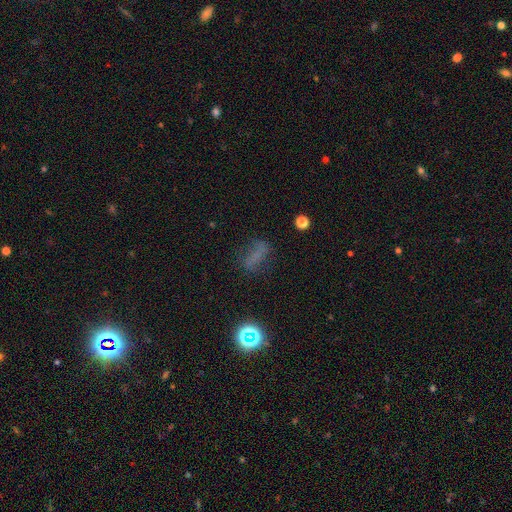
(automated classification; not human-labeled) The model was most divided on "smooth or featured": smooth: 51%, featured or disk: 25%, star or artifact: 24%. More confident: merging — none (62%); how rounded — in between (59%).